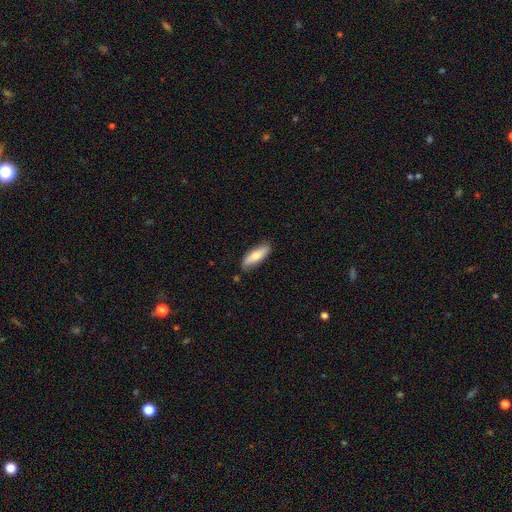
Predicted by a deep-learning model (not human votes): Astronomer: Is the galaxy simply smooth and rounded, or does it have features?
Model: smooth — 73%.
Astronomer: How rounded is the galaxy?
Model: cigar-shaped — 52% (runner-up: in between, 46%).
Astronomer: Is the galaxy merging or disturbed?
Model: none — 82%.